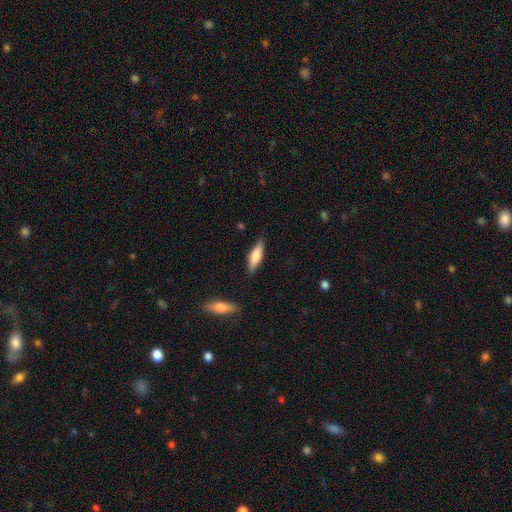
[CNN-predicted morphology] Smooth or featured: smooth — 73% (featured or disk — 22%)
How rounded: cigar-shaped — 51% (in between — 47%)
Merging: none — 84% (minor disturbance — 12%)